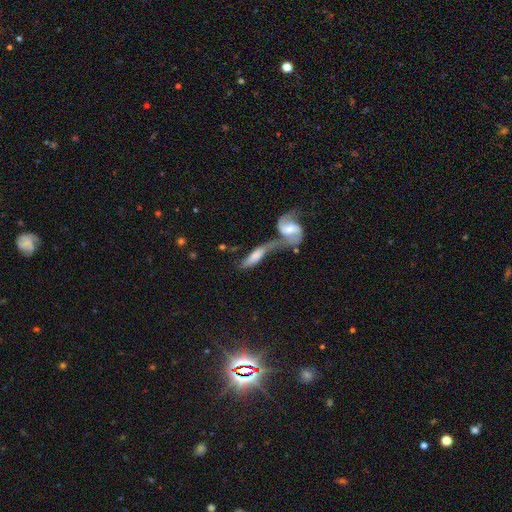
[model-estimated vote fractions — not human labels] Q: Smooth or featured?
A: featured or disk (48%); runner-up: smooth (46%)
Q: Merging?
A: merger (70%); runner-up: none (15%)